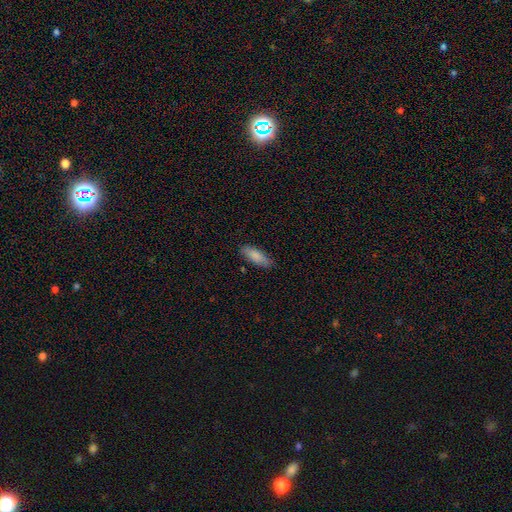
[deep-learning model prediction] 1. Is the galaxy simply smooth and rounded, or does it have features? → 85% smooth, 9% featured or disk, 6% star or artifact.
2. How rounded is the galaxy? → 63% in between, 36% cigar-shaped, 2% round.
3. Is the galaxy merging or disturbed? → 83% none, 13% minor disturbance, 2% major disturbance, 1% merger.